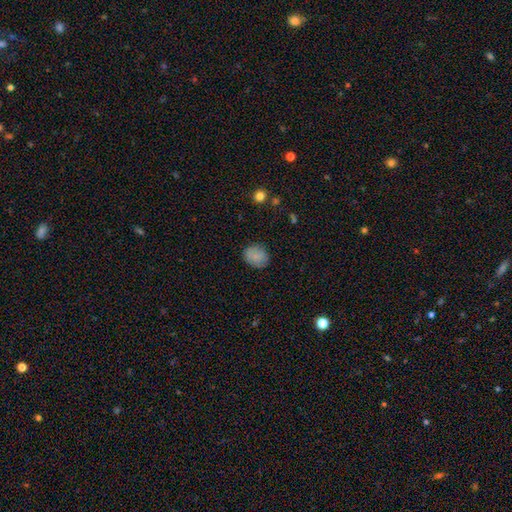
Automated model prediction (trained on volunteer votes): smooth-or-featured: smooth: 83% | star or artifact: 9% | featured or disk: 8%
  how-rounded: round: 50% | in between: 49% | cigar-shaped: 1%
  merging: none: 83% | minor disturbance: 13% | major disturbance: 3% | merger: 1%